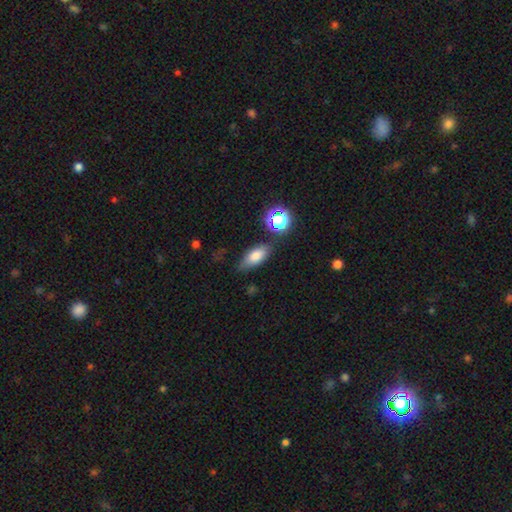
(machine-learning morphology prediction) Smooth or featured?
  - smooth: 74% *
  - featured or disk: 13%
  - star or artifact: 12%
How rounded?
  - in between: 78% *
  - cigar-shaped: 15%
  - round: 7%
Merging?
  - none: 72% *
  - minor disturbance: 18%
  - major disturbance: 5%
  - merger: 5%